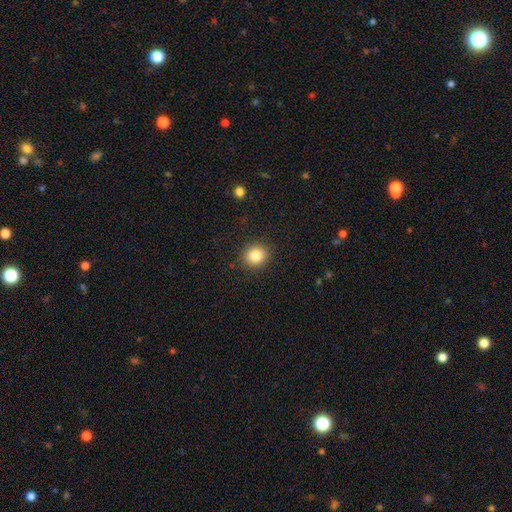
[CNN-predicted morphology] This appears to be a smooth galaxy with no disk features (84%) that is round (81%). Merging: none (90%).